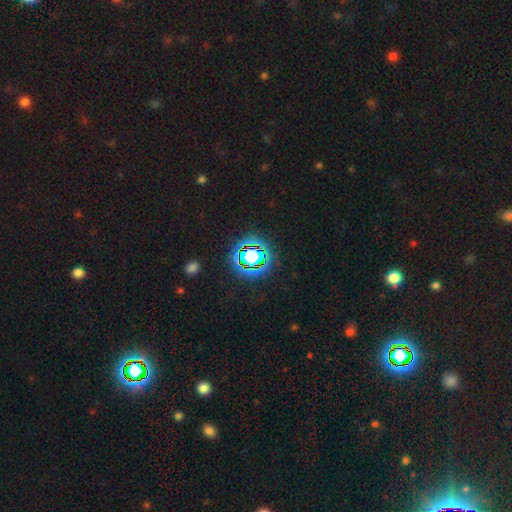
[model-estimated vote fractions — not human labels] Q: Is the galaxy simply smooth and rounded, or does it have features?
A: star or artifact — 71%.